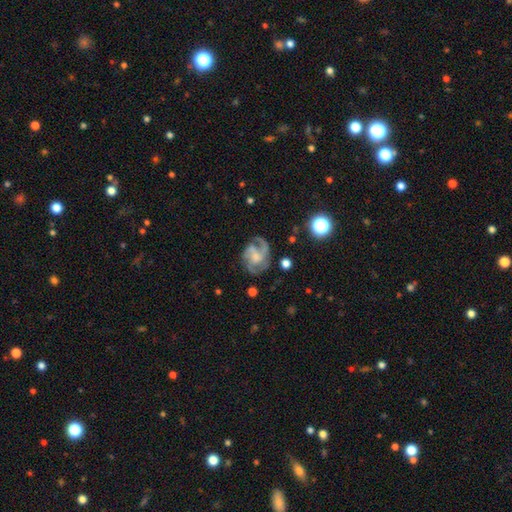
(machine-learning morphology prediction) Q: Smooth or featured?
A: featured or disk (80%); runner-up: smooth (13%)
Q: Edge-on disk?
A: no (98%); runner-up: yes (2%)
Q: Bar?
A: no (62%); runner-up: weak (31%)
Q: Spiral arms?
A: yes (92%); runner-up: no (8%)
Q: Spiral winding?
A: medium (49%); runner-up: tight (31%)
Q: Spiral arm count?
A: 2 (32%); runner-up: 3 (31%)
Q: Bulge size?
A: small (42%); runner-up: moderate (32%)
Q: Merging?
A: none (58%); runner-up: minor disturbance (20%)